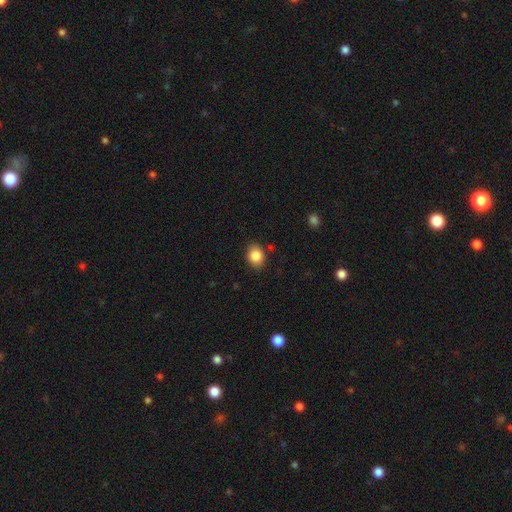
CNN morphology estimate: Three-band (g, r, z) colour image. It shows a smooth galaxy with no disk features (86%) that is round (51%). Merging: none (83%).